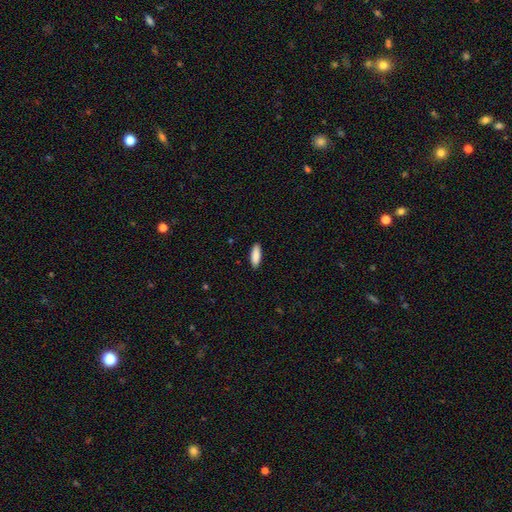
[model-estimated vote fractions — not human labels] Smooth or featured? Predicted: smooth (p=0.89). How rounded? Predicted: in between (p=0.62). Merging? Predicted: none (p=0.90).